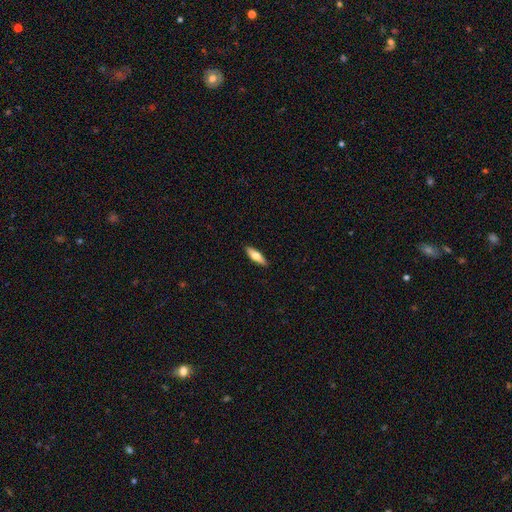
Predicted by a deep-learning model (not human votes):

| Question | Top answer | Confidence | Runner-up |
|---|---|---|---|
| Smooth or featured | smooth | 66% | featured or disk (28%) |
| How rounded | cigar-shaped | 54% | in between (44%) |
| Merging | none | 90% | minor disturbance (8%) |